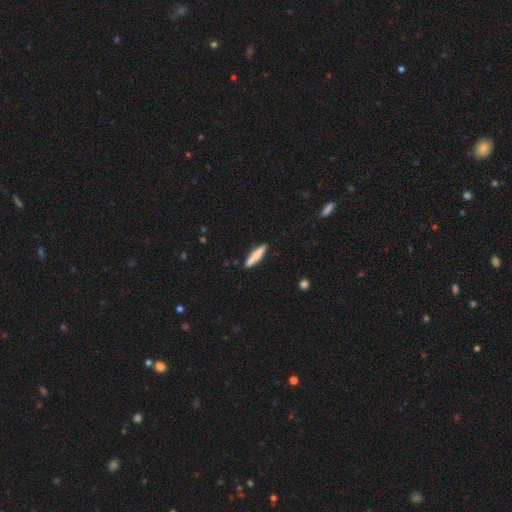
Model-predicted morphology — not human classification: Smooth or featured? Predicted: smooth (p=0.74). How rounded? Predicted: cigar-shaped (p=0.89). Merging? Predicted: none (p=0.88).